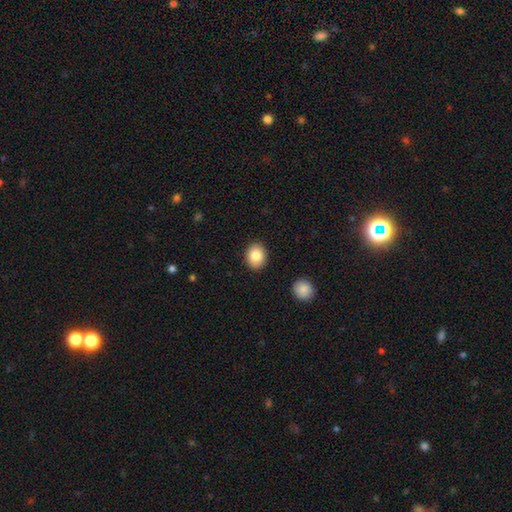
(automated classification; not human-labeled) smooth 84%, featured or disk 8%, star or artifact 8%. Down the decision tree: how rounded — round (52%); merging — none (90%).